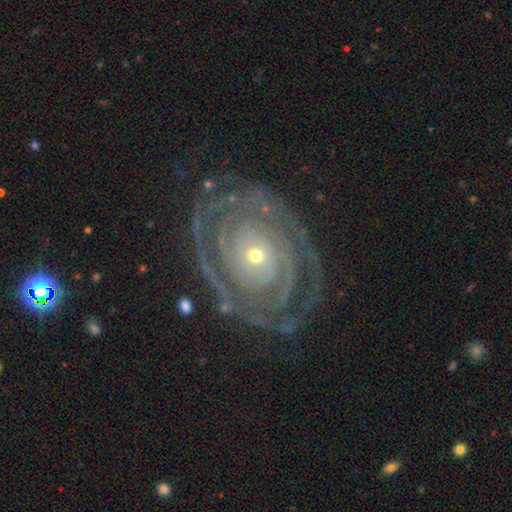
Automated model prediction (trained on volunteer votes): Smooth or featured? featured or disk (92%)
Edge-on disk? no (97%)
Bar? no (80%)
Spiral arms? yes (98%)
Spiral winding? tight (83%)
Spiral arm count? 2 (44%)
Bulge size? small (66%)
Merging? none (79%)